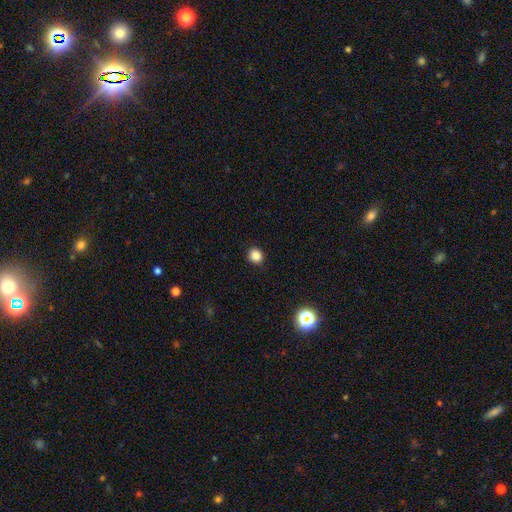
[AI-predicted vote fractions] The model was most divided on "how rounded": round: 83%, in between: 16%, cigar-shaped: 1%. More confident: merging — none (90%); smooth or featured — smooth (85%).